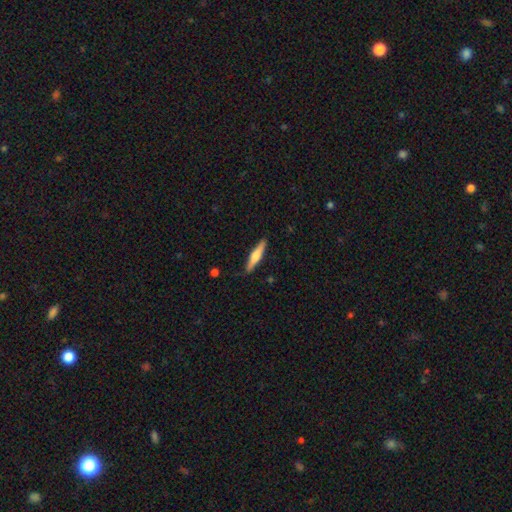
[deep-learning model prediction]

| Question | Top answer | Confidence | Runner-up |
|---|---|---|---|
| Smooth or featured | smooth | 50% | featured or disk (45%) |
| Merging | none | 88% | minor disturbance (9%) |